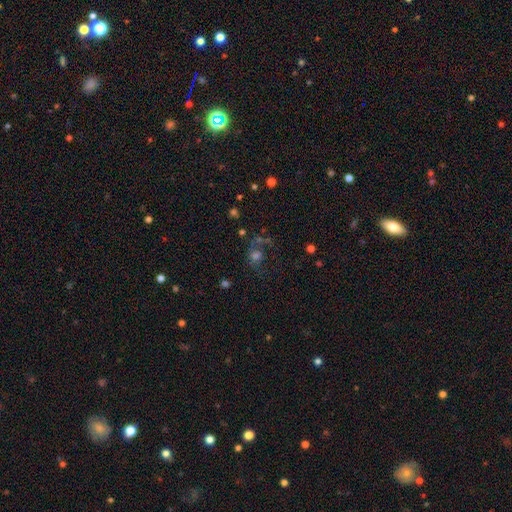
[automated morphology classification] Smooth or featured? smooth (43%)
Merging? none (45%)